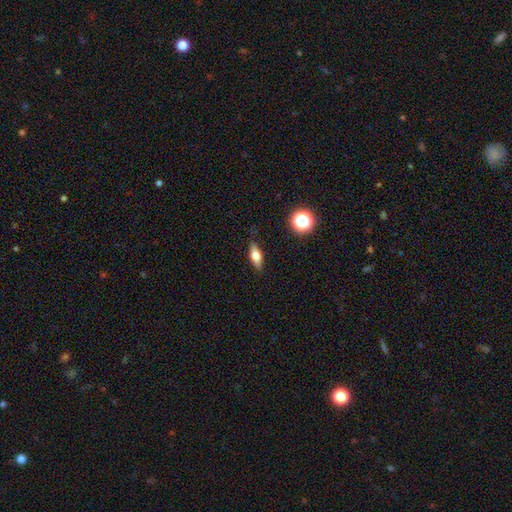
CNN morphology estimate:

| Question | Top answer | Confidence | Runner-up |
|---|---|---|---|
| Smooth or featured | smooth | 59% | featured or disk (32%) |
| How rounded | in between | 61% | cigar-shaped (32%) |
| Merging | none | 84% | minor disturbance (12%) |